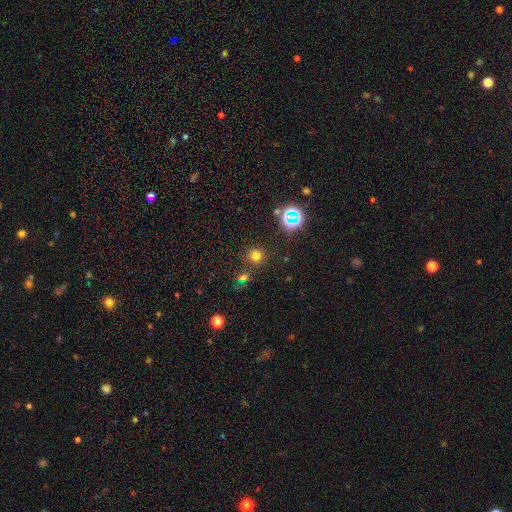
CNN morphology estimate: Smooth or featured? Predicted: smooth (p=0.69). How rounded? Predicted: round (p=0.94). Merging? Predicted: none (p=0.81).